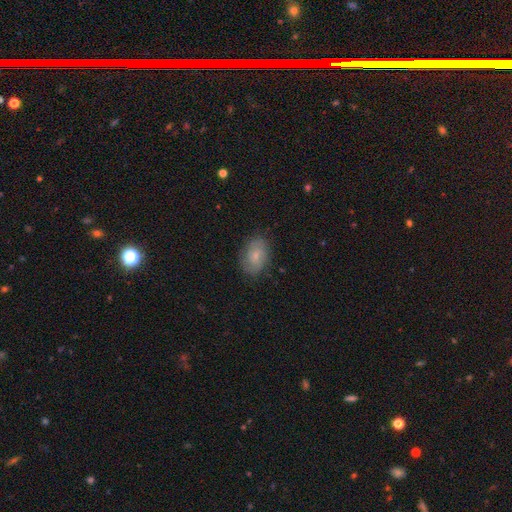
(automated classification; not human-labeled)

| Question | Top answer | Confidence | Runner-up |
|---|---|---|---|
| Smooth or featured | smooth | 48% | featured or disk (44%) |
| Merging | none | 79% | minor disturbance (15%) |